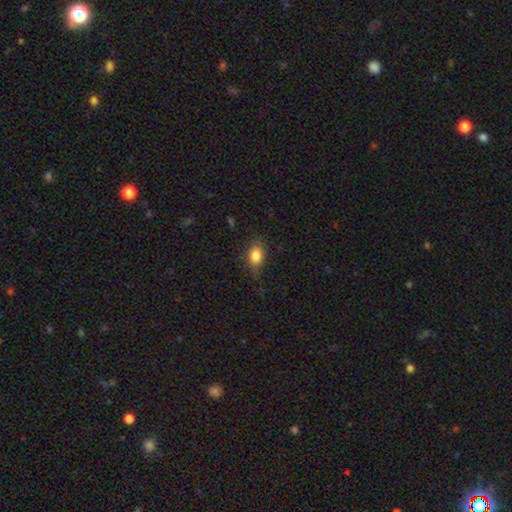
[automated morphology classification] Overall: smooth (83%). How rounded: in between (75%). Merging: none (72%).